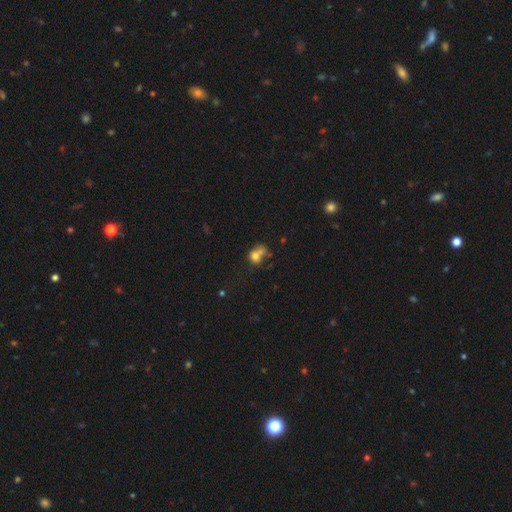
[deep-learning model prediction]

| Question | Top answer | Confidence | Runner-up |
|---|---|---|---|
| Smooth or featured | smooth | 71% | featured or disk (17%) |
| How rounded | round | 59% | in between (40%) |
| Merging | merger | 44% | none (29%) |